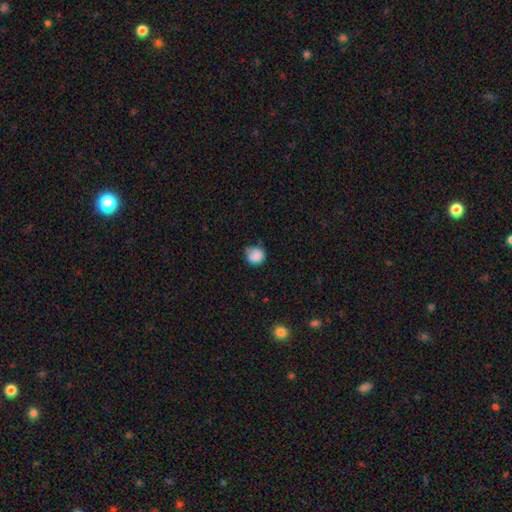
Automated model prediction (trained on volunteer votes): Overall: smooth (86%). How rounded: round (84%). Merging: none (61%; minor disturbance 31%).